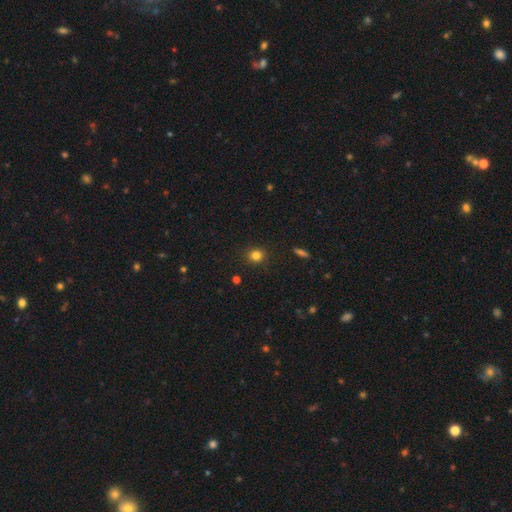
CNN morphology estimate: The model was most divided on "smooth or featured": smooth: 82%, star or artifact: 14%, featured or disk: 5%. More confident: merging — none (89%); how rounded — round (86%).